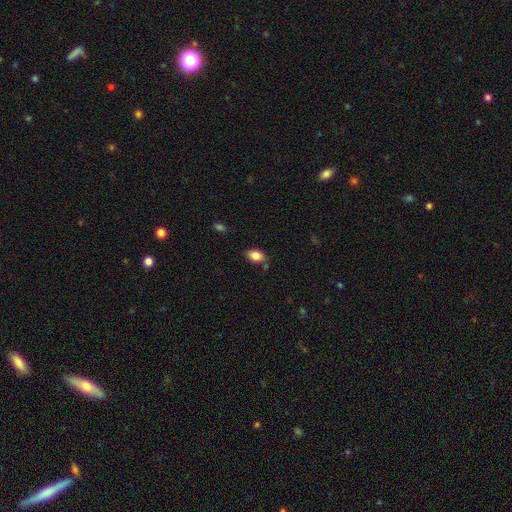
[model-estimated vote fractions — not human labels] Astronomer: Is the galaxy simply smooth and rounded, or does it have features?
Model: smooth — 85%.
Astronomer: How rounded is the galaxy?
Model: in between — 85%.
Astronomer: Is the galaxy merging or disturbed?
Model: none — 75%.